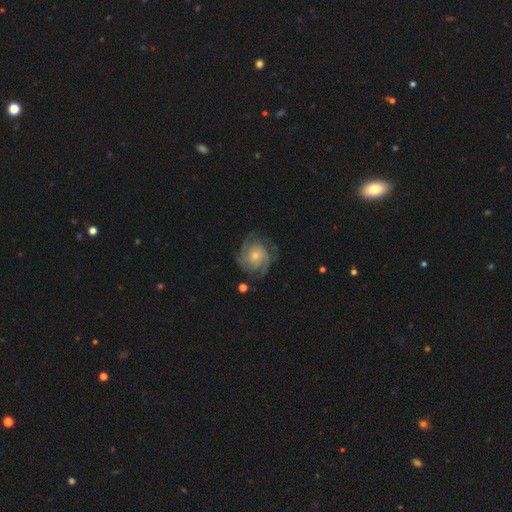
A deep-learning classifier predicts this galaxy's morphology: Smooth or featured? featured or disk (73%)
Edge-on disk? no (98%)
Bar? no (77%)
Spiral arms? yes (90%)
Spiral winding? tight (50%)
Spiral arm count? 2 (33%)
Bulge size? small (66%)
Merging? none (66%)